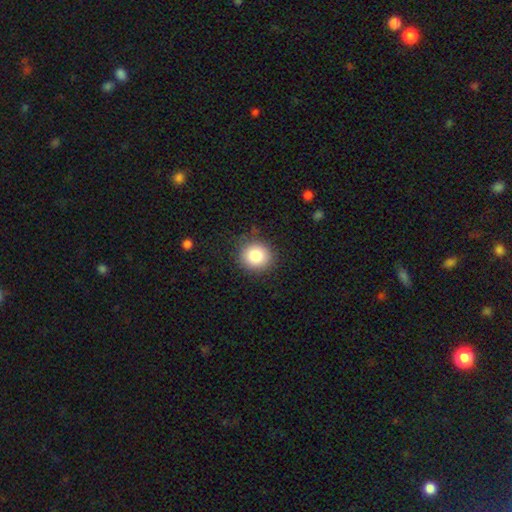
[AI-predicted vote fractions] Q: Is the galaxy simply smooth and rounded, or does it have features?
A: smooth — 83%.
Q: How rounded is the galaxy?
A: round — 86%.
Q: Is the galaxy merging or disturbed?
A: none — 87%.